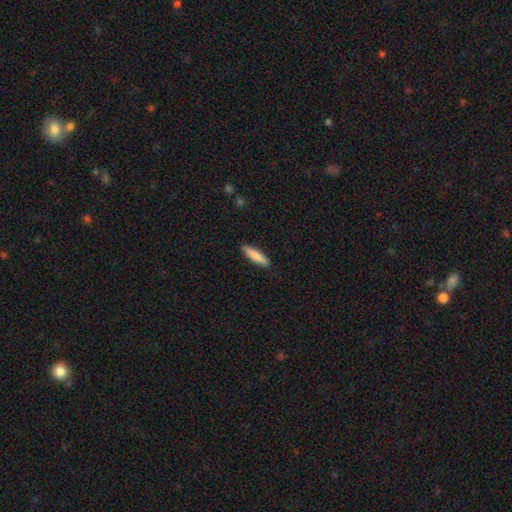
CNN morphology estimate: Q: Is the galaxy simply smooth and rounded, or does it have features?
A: smooth — 86%.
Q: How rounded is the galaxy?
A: cigar-shaped — 75%.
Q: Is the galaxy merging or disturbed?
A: none — 89%.